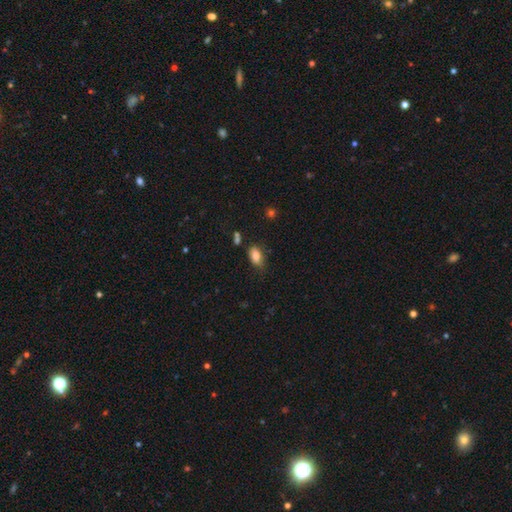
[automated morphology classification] Smooth or featured? Predicted: smooth (p=0.84). How rounded? Predicted: in between (p=0.90). Merging? Predicted: none (p=0.70).